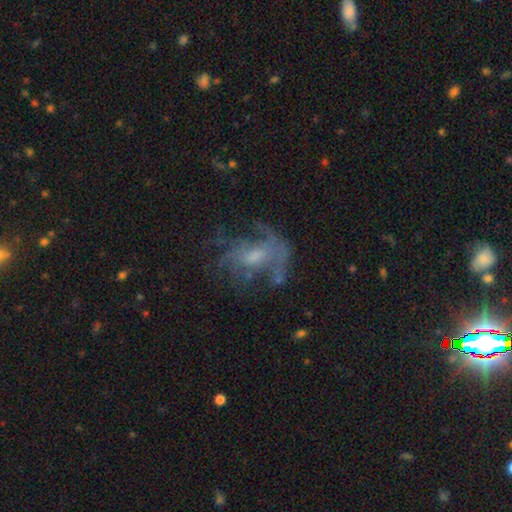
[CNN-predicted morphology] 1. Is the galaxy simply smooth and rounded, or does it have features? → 67% featured or disk, 19% smooth, 13% star or artifact.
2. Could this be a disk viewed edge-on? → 96% no, 4% yes.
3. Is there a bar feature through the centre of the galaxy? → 58% no, 35% weak, 7% strong.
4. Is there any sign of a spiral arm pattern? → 63% yes, 37% no.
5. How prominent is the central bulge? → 43% moderate, 36% small, 14% none, 6% large, 1% dominant.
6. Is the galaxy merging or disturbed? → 47% none, 31% major disturbance, 19% minor disturbance, 3% merger.